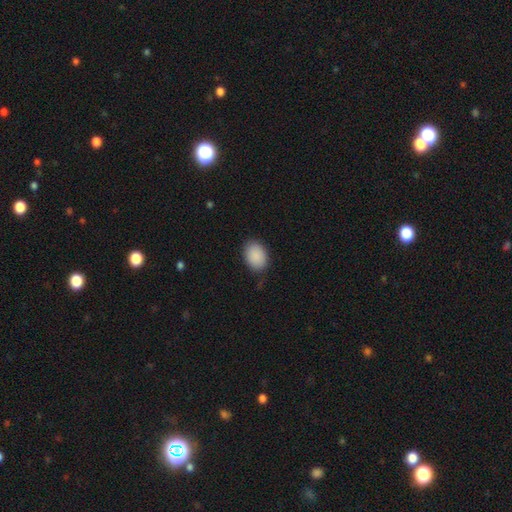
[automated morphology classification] A smooth galaxy with no disk features (90%) that is in between round and cigar-shaped (79%). Merging: none (84%).